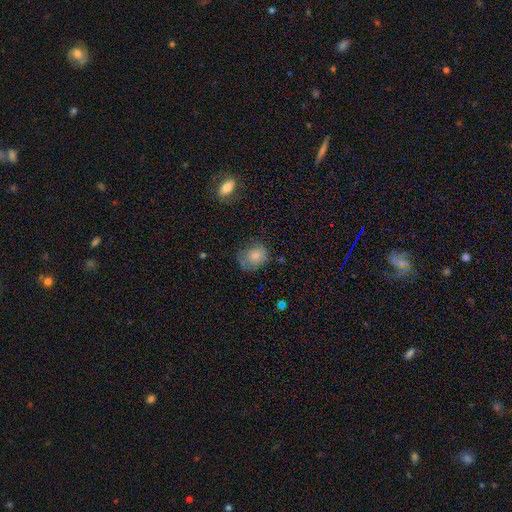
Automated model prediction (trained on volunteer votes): Overall: smooth (67%). How rounded: round (63%; in between 36%). Merging: none (56%; minor disturbance 29%).